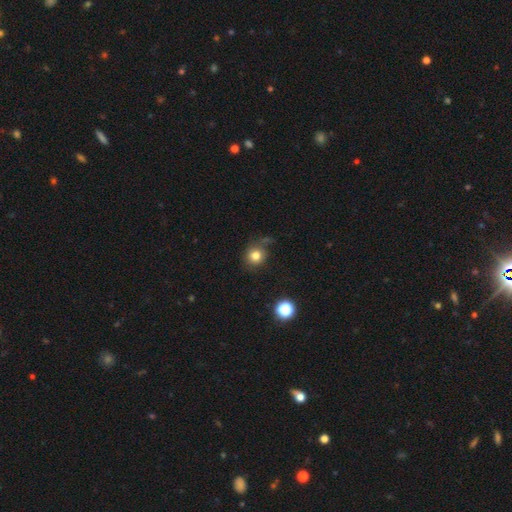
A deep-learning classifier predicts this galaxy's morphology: Smooth or featured?
  - smooth: 80% *
  - star or artifact: 12%
  - featured or disk: 8%
How rounded?
  - round: 86% *
  - in between: 14%
  - cigar-shaped: 1%
Merging?
  - none: 65% *
  - minor disturbance: 20%
  - major disturbance: 10%
  - merger: 5%